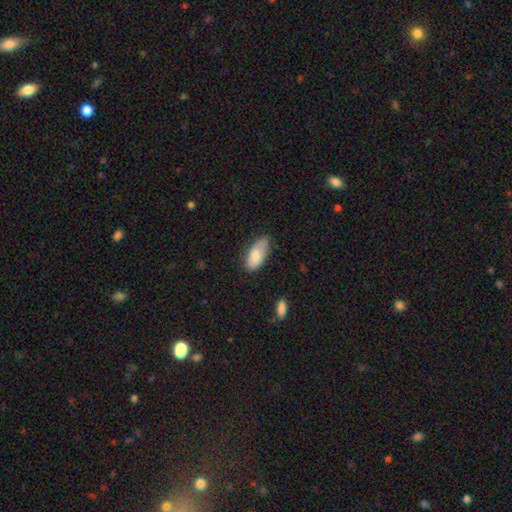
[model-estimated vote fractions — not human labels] Smooth or featured? Predicted: smooth (p=0.81). How rounded? Predicted: in between (p=0.91). Merging? Predicted: none (p=0.62).